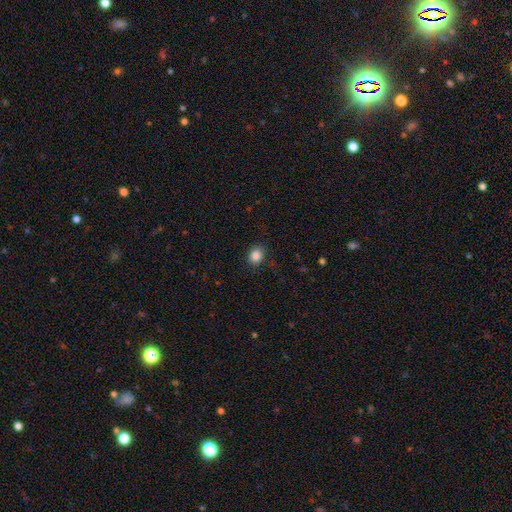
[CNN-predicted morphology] Smooth or featured? smooth (86%)
How rounded? round (66%)
Merging? none (86%)